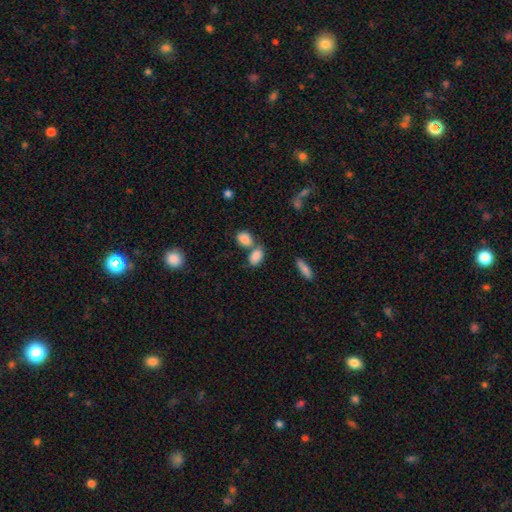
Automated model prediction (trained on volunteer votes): A smooth galaxy with no disk features (85%) that is in between round and cigar-shaped (86%). Merging: merger (44%).